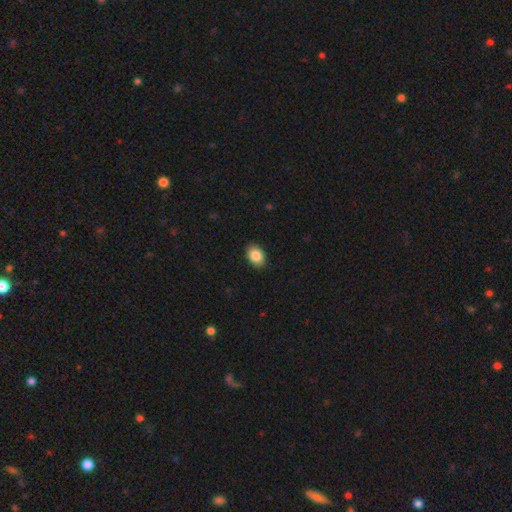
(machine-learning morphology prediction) Smooth or featured?
  - smooth: 87% *
  - star or artifact: 8%
  - featured or disk: 5%
How rounded?
  - in between: 77% *
  - round: 22%
  - cigar-shaped: 1%
Merging?
  - none: 89% *
  - minor disturbance: 8%
  - major disturbance: 2%
  - merger: 1%